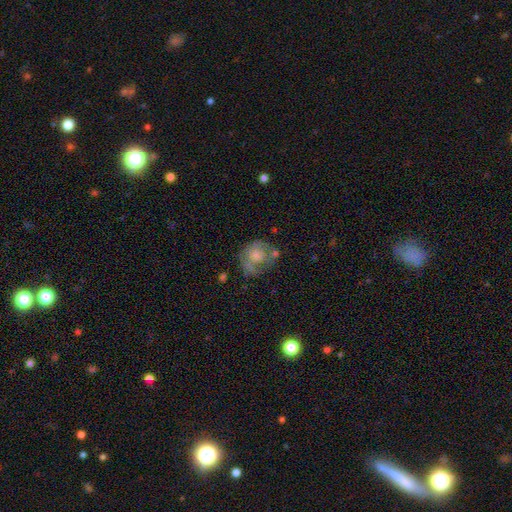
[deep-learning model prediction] A smooth galaxy with no disk features (56%) that is round (71%).

Vote fractions:
- Smooth or featured? smooth: 56% / featured or disk: 36% / star or artifact: 8%
- How rounded? round: 71% / in between: 28% / cigar-shaped: 1%
- Merging? none: 44% / minor disturbance: 26% / major disturbance: 20% / merger: 10%